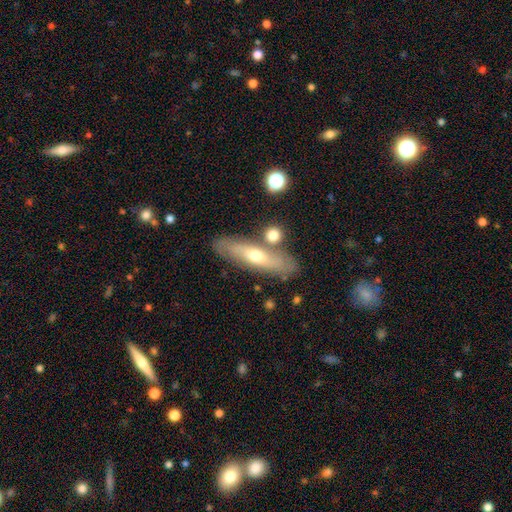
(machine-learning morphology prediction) Smooth or featured: smooth — 47% (tied with featured or disk — 47%)
Merging: none — 74% (minor disturbance — 13%)